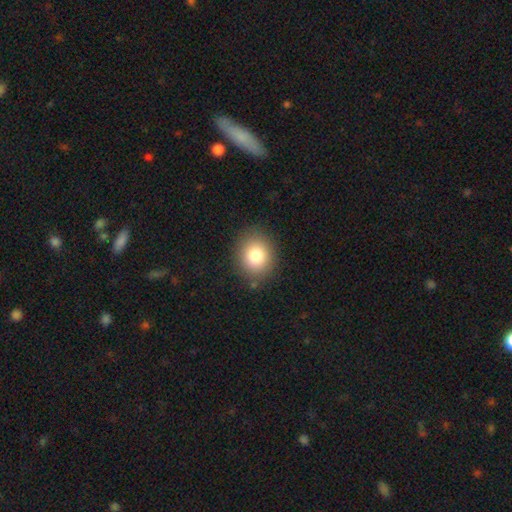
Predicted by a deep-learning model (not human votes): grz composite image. It shows a smooth galaxy with no disk features (81%) that is round (68%). Merging: none (87%).